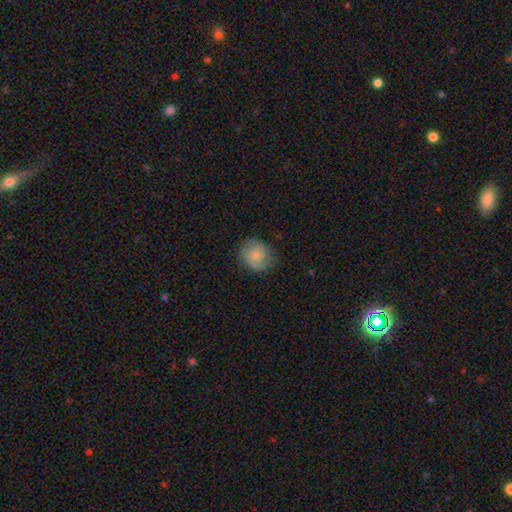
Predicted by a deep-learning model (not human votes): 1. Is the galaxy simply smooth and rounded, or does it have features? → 76% smooth, 17% featured or disk, 7% star or artifact.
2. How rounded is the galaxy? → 76% round, 23% in between, 1% cigar-shaped.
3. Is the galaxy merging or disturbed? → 76% none, 19% minor disturbance, 5% major disturbance, 1% merger.